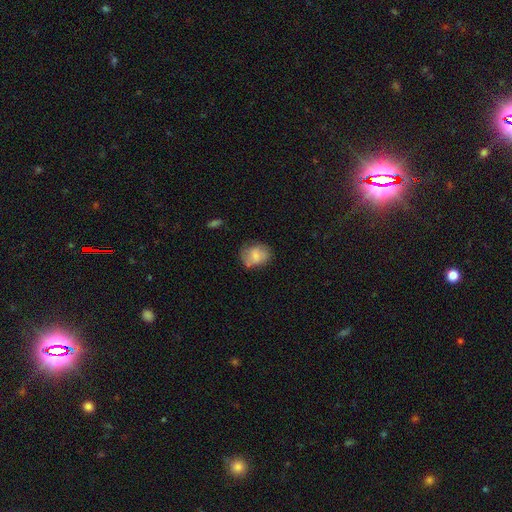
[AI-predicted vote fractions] Overall: smooth (72%). How rounded: in between (50%; round 49%). Merging: none (62%; minor disturbance 25%).